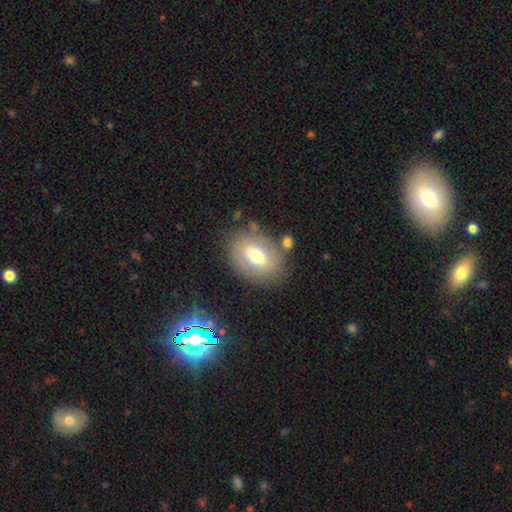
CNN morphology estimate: Q: Smooth or featured?
A: smooth (65%); runner-up: featured or disk (25%)
Q: How rounded?
A: in between (68%); runner-up: round (31%)
Q: Merging?
A: none (76%); runner-up: minor disturbance (13%)